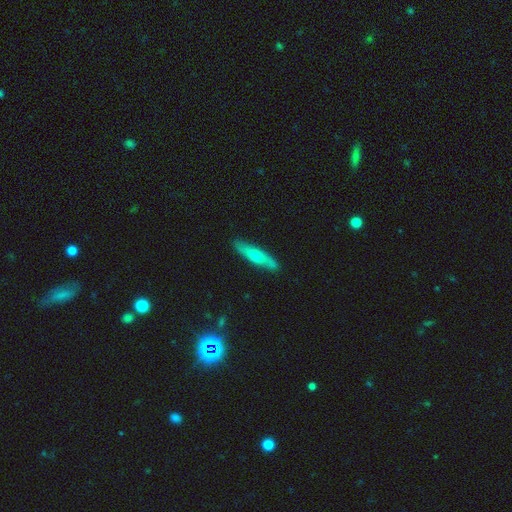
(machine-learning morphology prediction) type=smooth (57%); roundness=cigar-shaped (80%); merging=none (84%).